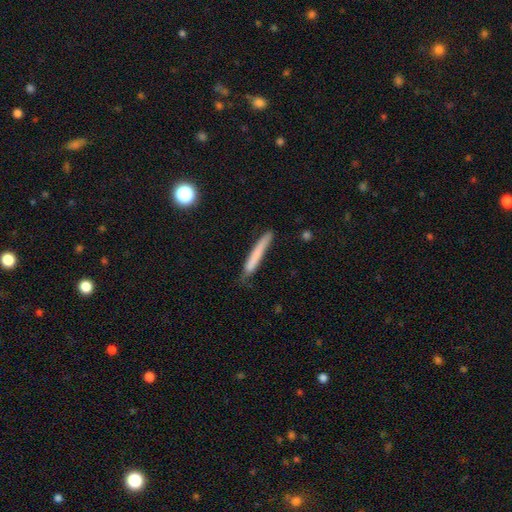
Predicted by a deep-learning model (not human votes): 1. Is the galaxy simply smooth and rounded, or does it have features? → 71% smooth, 22% featured or disk, 7% star or artifact.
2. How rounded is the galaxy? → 96% cigar-shaped, 3% in between, 1% round.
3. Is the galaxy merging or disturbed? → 74% none, 20% minor disturbance, 4% major disturbance, 2% merger.